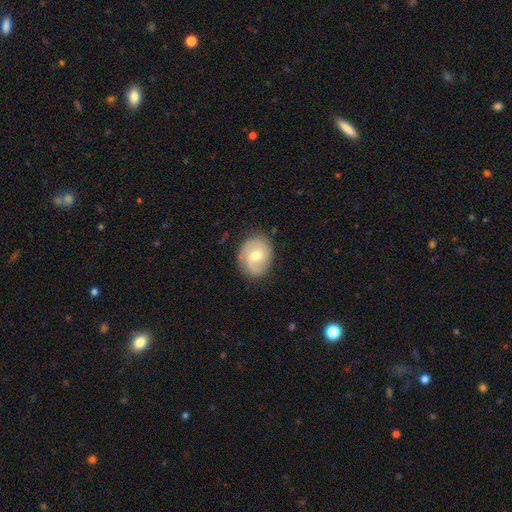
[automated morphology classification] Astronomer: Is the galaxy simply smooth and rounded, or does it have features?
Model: featured or disk — 54% (runner-up: smooth, 39%).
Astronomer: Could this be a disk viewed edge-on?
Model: no — 96%.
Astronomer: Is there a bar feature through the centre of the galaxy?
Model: no — 55% (runner-up: weak, 38%).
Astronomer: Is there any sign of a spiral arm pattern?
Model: yes — 79%.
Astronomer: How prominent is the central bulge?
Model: moderate — 65%.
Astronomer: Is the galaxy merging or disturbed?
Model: none — 79%.